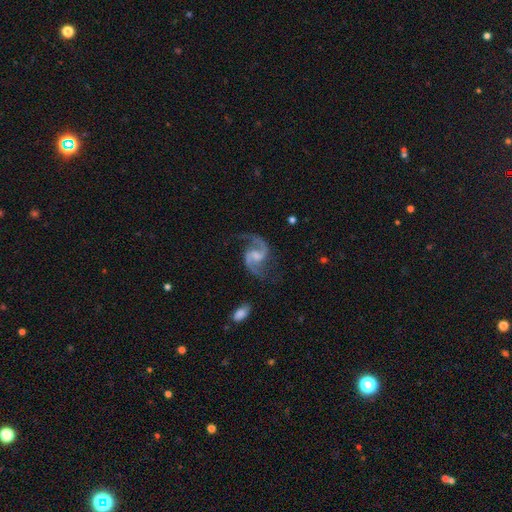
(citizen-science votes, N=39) This appears to be a featured or disk galaxy (100%) with no bar (46%), 2 (97%) loose (57%) spiral arms (100%) and a moderate central bulge (35%, tied with small). Merging: none (64%).